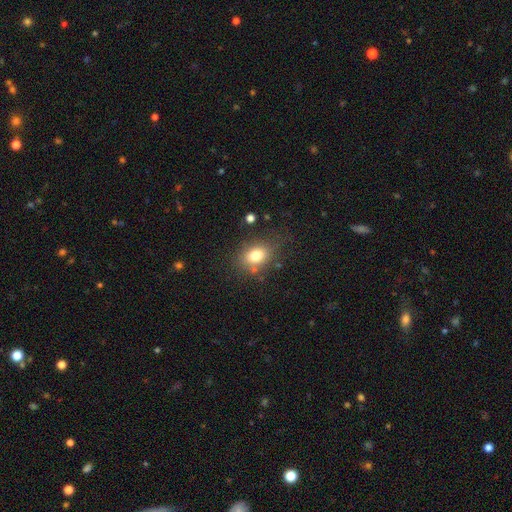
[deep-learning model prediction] Q: Smooth or featured?
A: smooth (78%); runner-up: star or artifact (11%)
Q: How rounded?
A: in between (63%); runner-up: round (35%)
Q: Merging?
A: none (74%); runner-up: minor disturbance (16%)